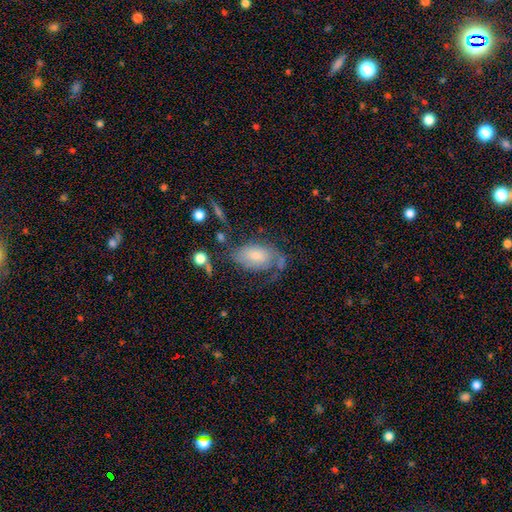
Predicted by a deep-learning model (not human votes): Morphology: type=smooth (46%); merging=none (38%).